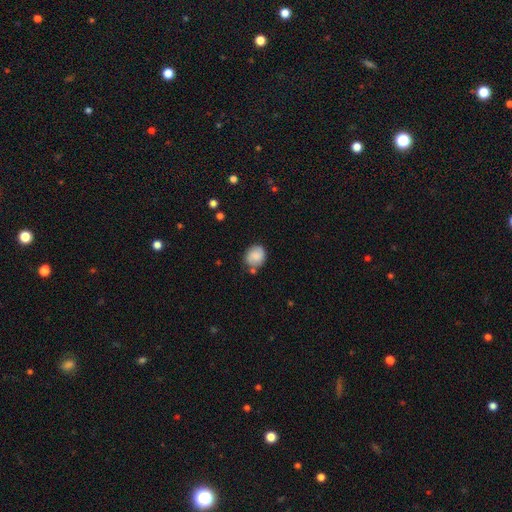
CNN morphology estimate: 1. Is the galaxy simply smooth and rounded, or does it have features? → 72% smooth, 20% featured or disk, 9% star or artifact.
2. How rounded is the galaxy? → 71% round, 28% in between, 1% cigar-shaped.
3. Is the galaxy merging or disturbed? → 70% none, 19% minor disturbance, 6% merger, 5% major disturbance.